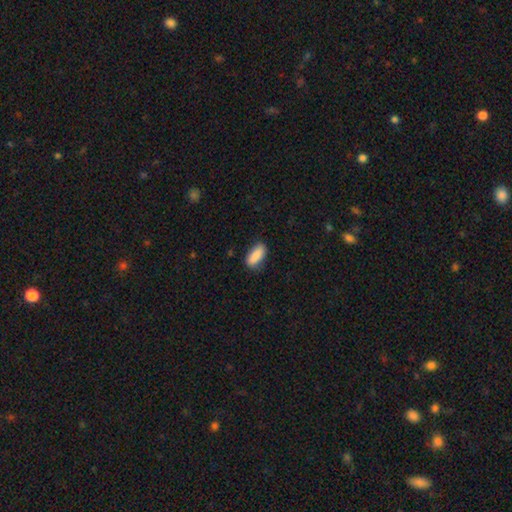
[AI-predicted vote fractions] Q: Smooth or featured?
A: smooth (89%); runner-up: star or artifact (7%)
Q: How rounded?
A: in between (84%); runner-up: cigar-shaped (14%)
Q: Merging?
A: none (80%); runner-up: minor disturbance (16%)